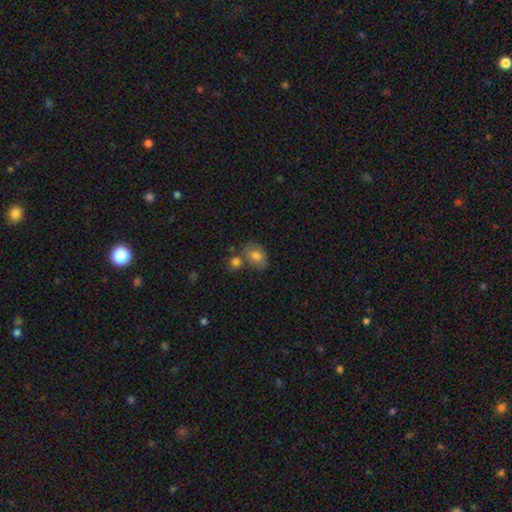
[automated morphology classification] This is likely a smooth galaxy (78%). How rounded: likely in between (79%). Merging: possibly none (54%).